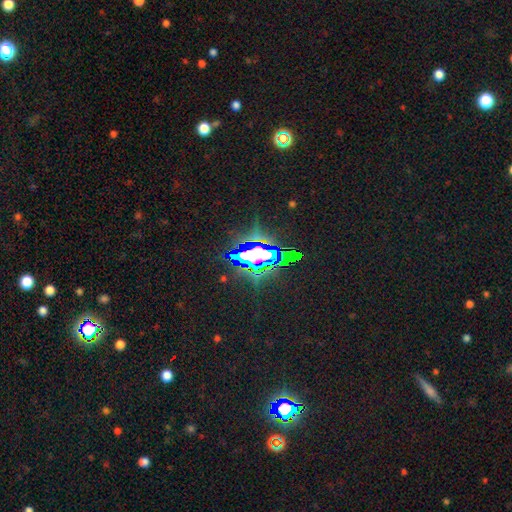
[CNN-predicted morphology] This appears to be a star or artifact, not a galaxy (75%).